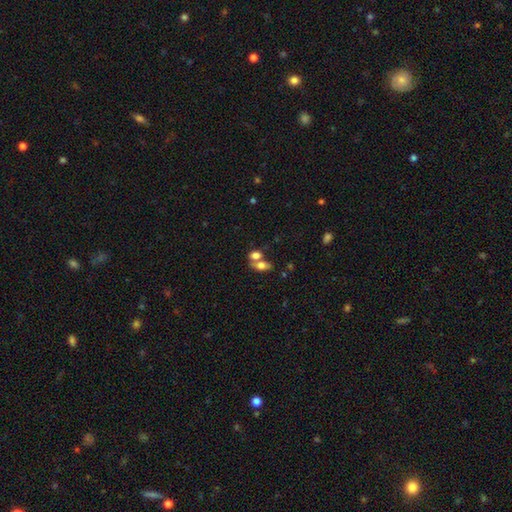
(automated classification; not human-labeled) Overall: smooth (72%). How rounded: in between (81%). Merging: merger (52%; none 35%).